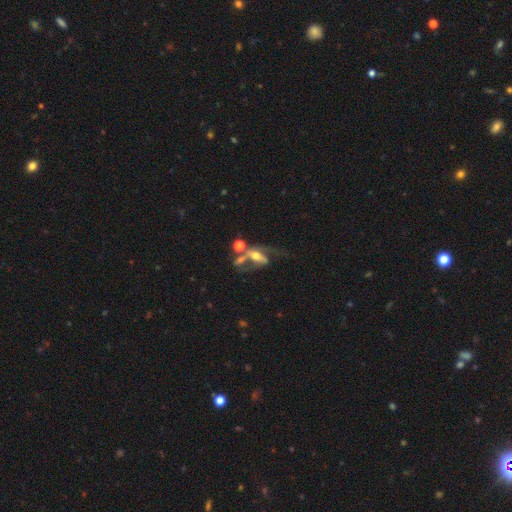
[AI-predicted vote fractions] This appears to be a featured or disk galaxy (64%). Merging: merger (34%).